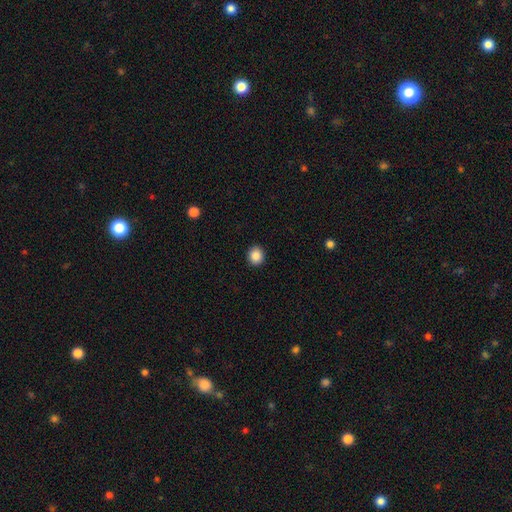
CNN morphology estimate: Smooth or featured: smooth — 88% (star or artifact — 9%)
How rounded: round — 81% (in between — 18%)
Merging: none — 92% (minor disturbance — 5%)